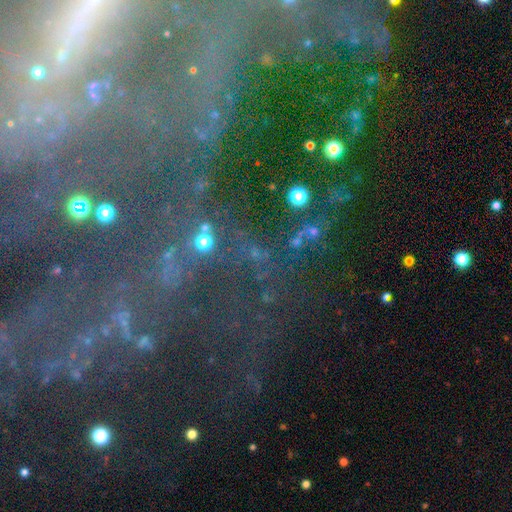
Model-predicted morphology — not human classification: smooth_or_featured: star or artifact (p=0.63) [alt: featured or disk p=0.24]